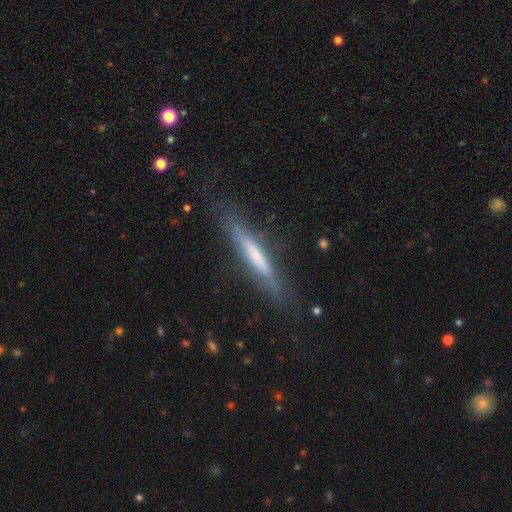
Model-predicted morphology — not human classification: This appears to be a featured or disk galaxy (52%) viewed edge-on (91%). Merging: none (78%).